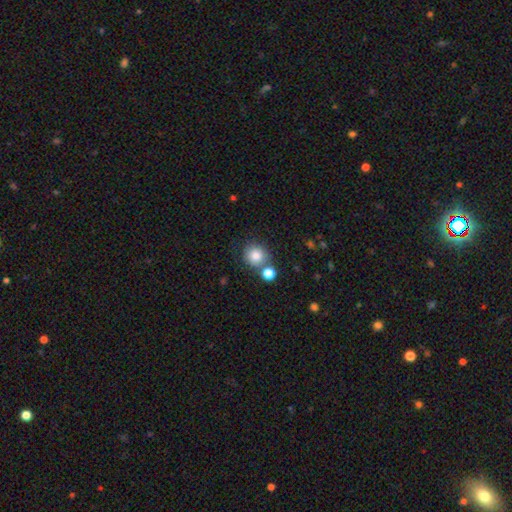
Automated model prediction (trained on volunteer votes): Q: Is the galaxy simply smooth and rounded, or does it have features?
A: smooth — 82%.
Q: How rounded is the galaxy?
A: round — 89%.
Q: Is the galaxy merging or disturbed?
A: none — 70%.